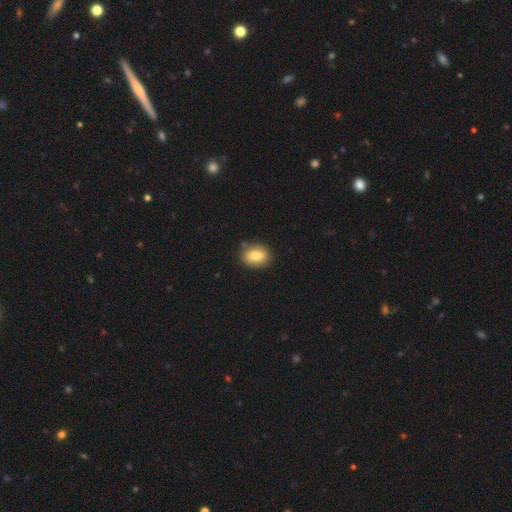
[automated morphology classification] Overall: smooth (82%). How rounded: in between (75%). Merging: none (84%).